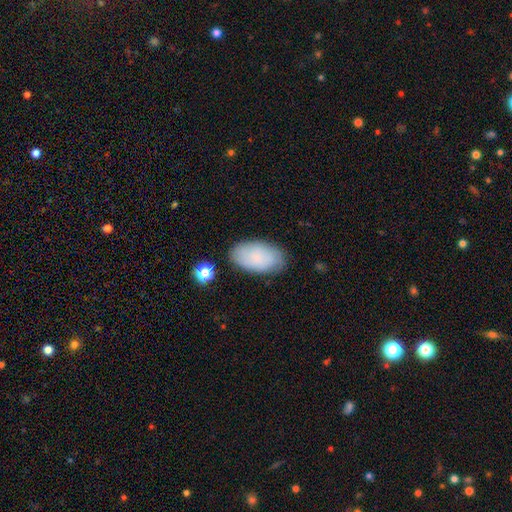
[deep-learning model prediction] A smooth galaxy with no disk features (79%) that is in between round and cigar-shaped (95%).

Vote fractions:
- Smooth or featured? smooth: 79% / featured or disk: 13% / star or artifact: 8%
- How rounded? in between: 95% / round: 3% / cigar-shaped: 2%
- Merging? none: 79% / minor disturbance: 15% / major disturbance: 4% / merger: 3%